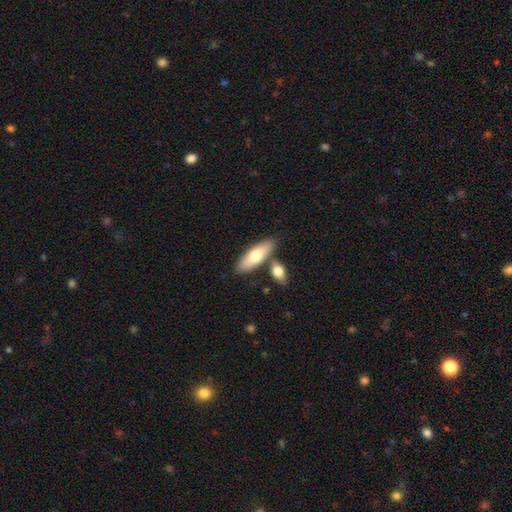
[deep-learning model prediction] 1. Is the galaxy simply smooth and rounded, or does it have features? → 71% smooth, 24% featured or disk, 5% star or artifact.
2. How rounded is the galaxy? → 61% in between, 36% cigar-shaped, 3% round.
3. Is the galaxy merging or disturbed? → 67% none, 21% merger, 9% minor disturbance, 2% major disturbance.